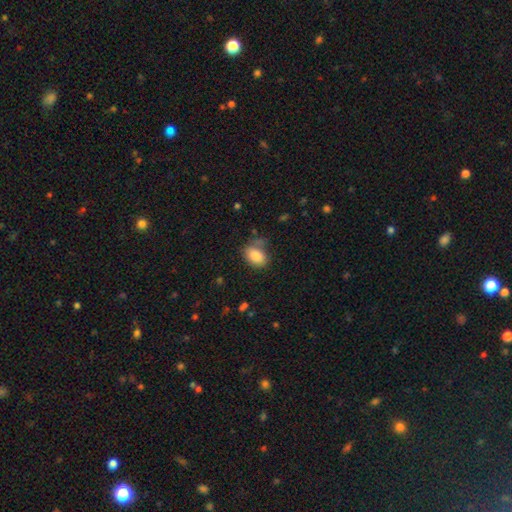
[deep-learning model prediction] The model was most divided on "merging": none: 64%, minor disturbance: 22%, major disturbance: 8%, merger: 7%. More confident: smooth or featured — smooth (85%); how rounded — in between (84%).